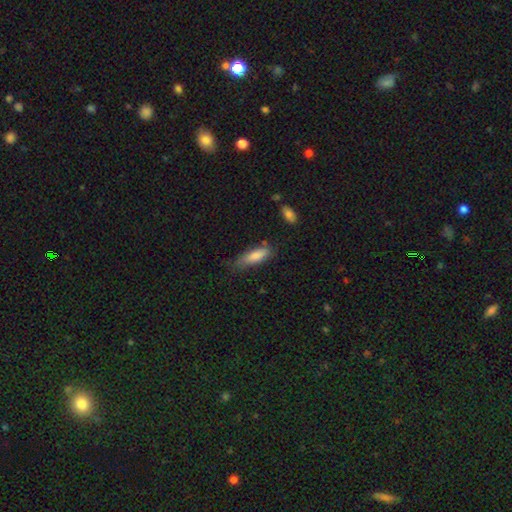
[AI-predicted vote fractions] This appears to be a smooth galaxy with no disk features (82%) that is cigar-shaped (52%). Merging: none (56%).